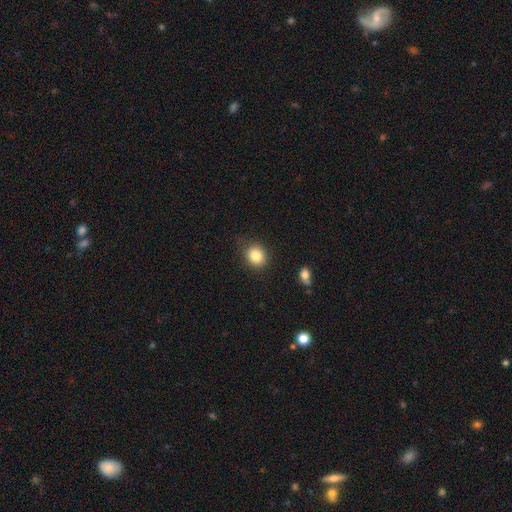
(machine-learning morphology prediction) smooth 84%, star or artifact 10%, featured or disk 6%. Down the decision tree: how rounded — round (71%); merging — none (80%).